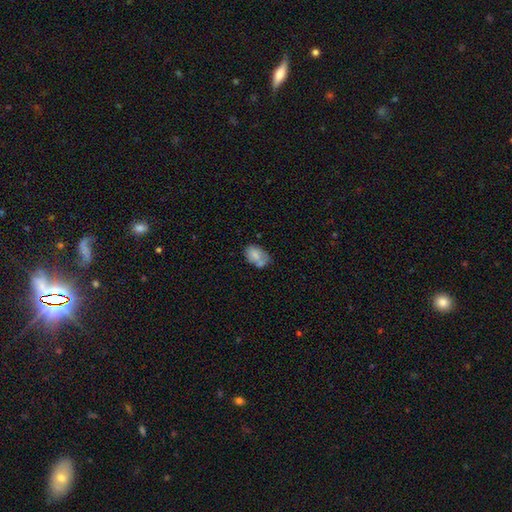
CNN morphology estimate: This appears to be a smooth galaxy with no disk features (70%) that is in between round and cigar-shaped (82%). Merging: none (41%).